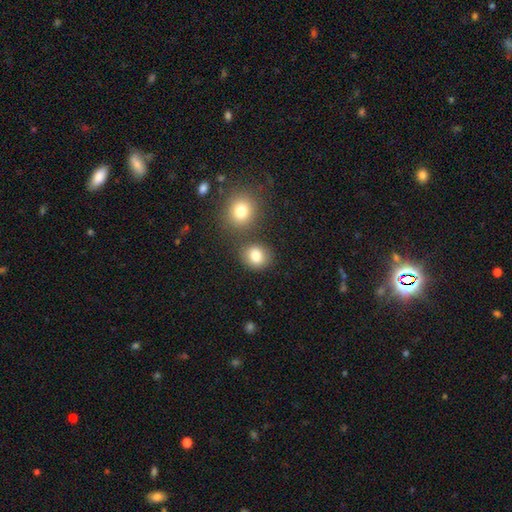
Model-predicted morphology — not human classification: This is clearly a smooth galaxy (83%). How rounded: likely round (69%). Merging: likely none (71%).